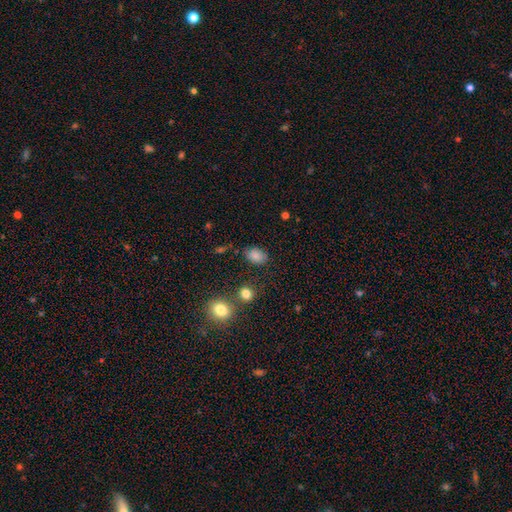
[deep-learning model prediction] Q: Smooth or featured?
A: smooth (83%); runner-up: star or artifact (11%)
Q: How rounded?
A: in between (76%); runner-up: round (22%)
Q: Merging?
A: none (77%); runner-up: minor disturbance (16%)